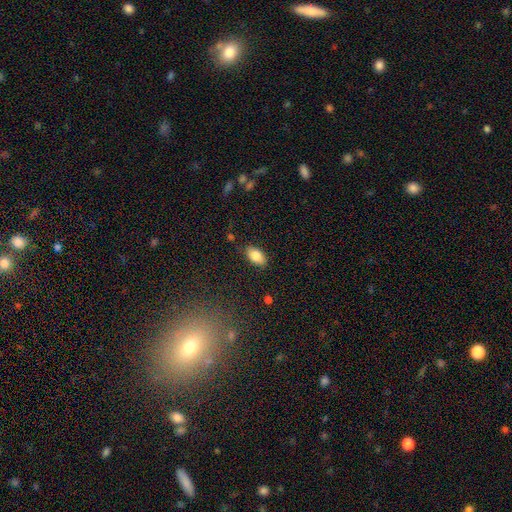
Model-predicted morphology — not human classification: This appears to be a smooth galaxy with no disk features (83%) that is in between round and cigar-shaped (93%). Merging: none (84%).